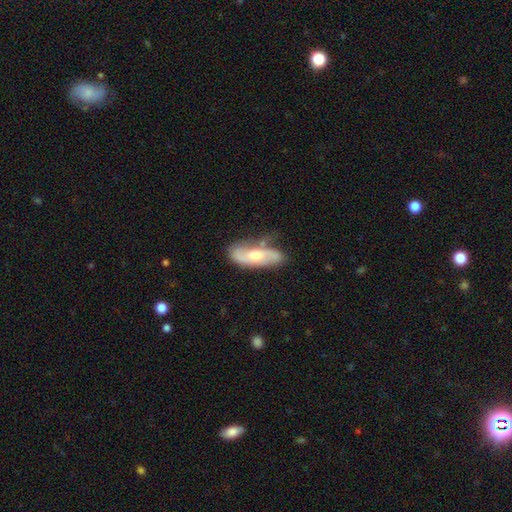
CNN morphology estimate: This appears to be a featured or disk galaxy (63%) with no bar (64%), spiral arms (82%) and a moderate central bulge (67%). Merging: none (61%).